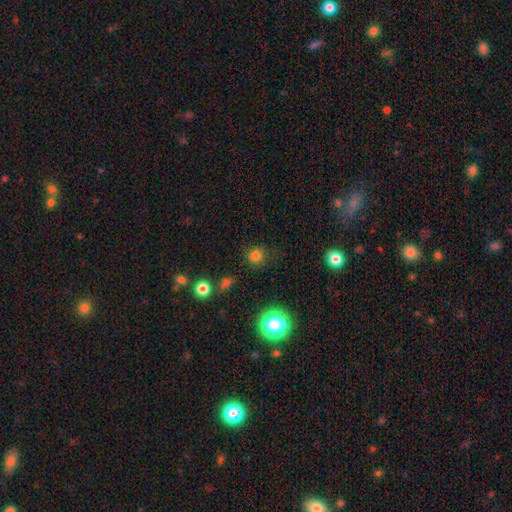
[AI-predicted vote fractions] This appears to be a smooth galaxy with no disk features (76%) that is round (91%). Merging: none (84%).